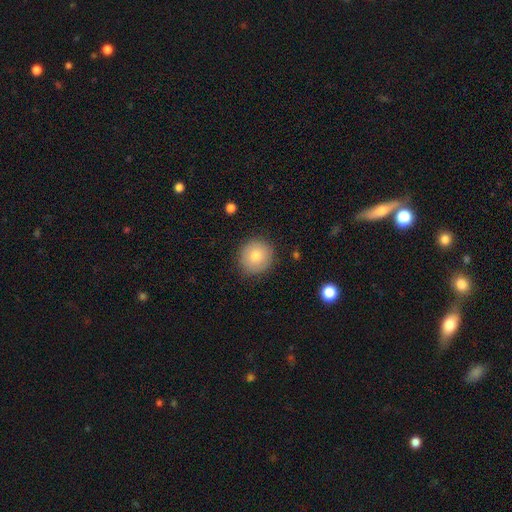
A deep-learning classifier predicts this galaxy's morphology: A smooth galaxy with no disk features (79%) that is round (92%). Merging: none (88%).